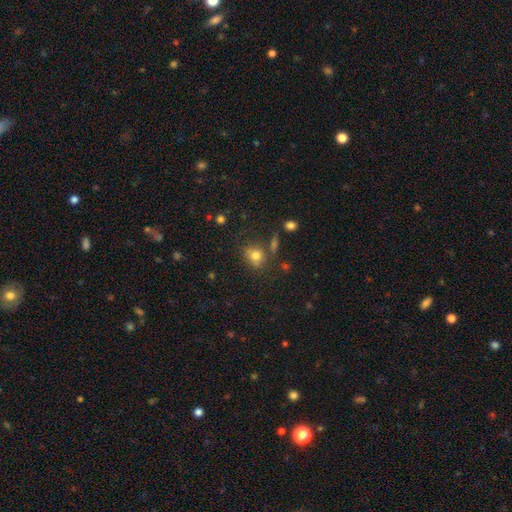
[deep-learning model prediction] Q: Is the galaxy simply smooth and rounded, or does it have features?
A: smooth — 77%.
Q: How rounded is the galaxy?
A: round — 60%.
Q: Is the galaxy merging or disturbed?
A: none — 64%.